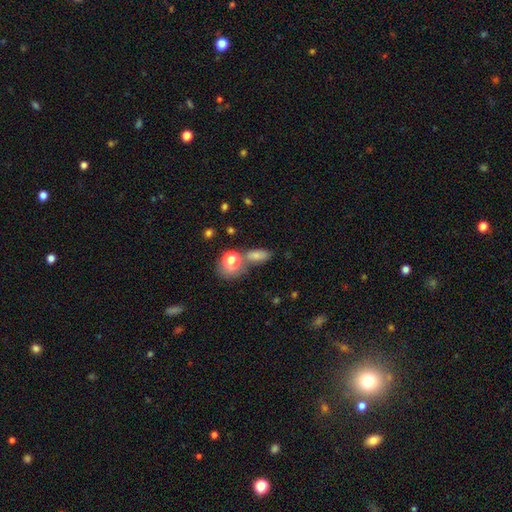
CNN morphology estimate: This is likely a smooth galaxy (74%). How rounded: likely in between (72%). Merging: possibly none (50%).